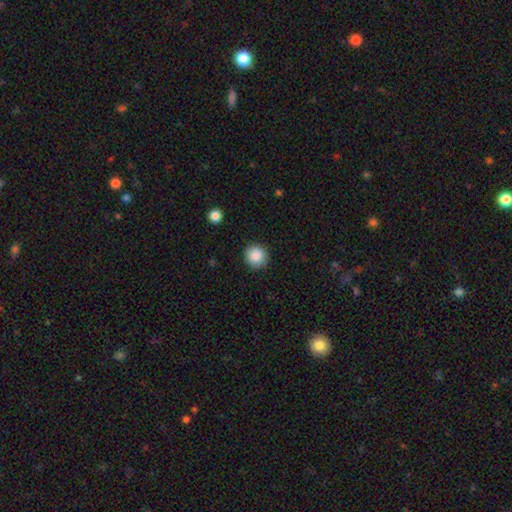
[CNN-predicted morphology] Smooth or featured: smooth — 87% (star or artifact — 9%)
How rounded: round — 93% (in between — 6%)
Merging: none — 90% (minor disturbance — 6%)